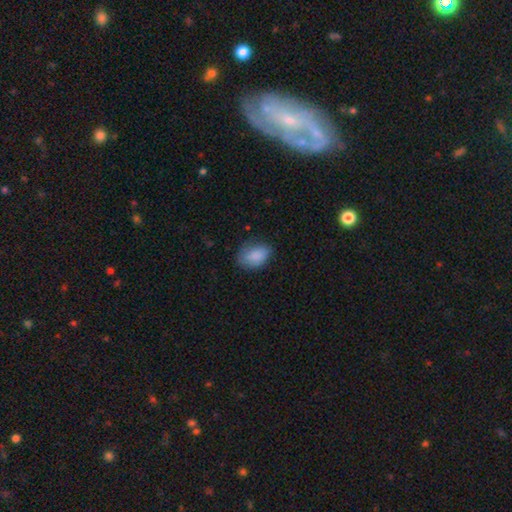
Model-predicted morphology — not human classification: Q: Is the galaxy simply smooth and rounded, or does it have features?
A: smooth — 85%.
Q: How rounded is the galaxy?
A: in between — 82%.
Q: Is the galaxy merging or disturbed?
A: none — 65%.